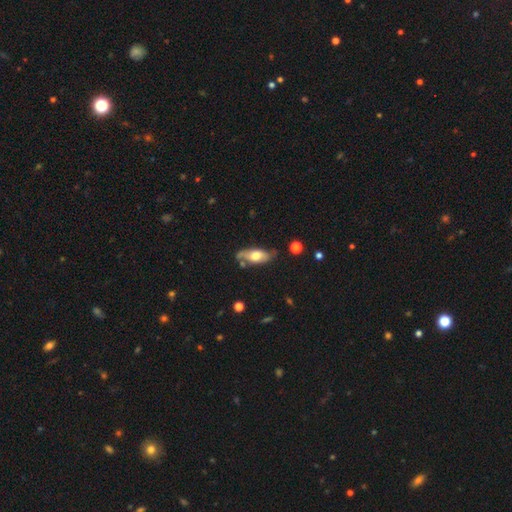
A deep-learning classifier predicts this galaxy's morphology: smooth_or_featured: smooth (p=0.52) [alt: featured or disk p=0.42]
how_rounded: in between (p=0.81) [alt: cigar-shaped p=0.16]
merging: none (p=0.61) [alt: minor disturbance p=0.25]